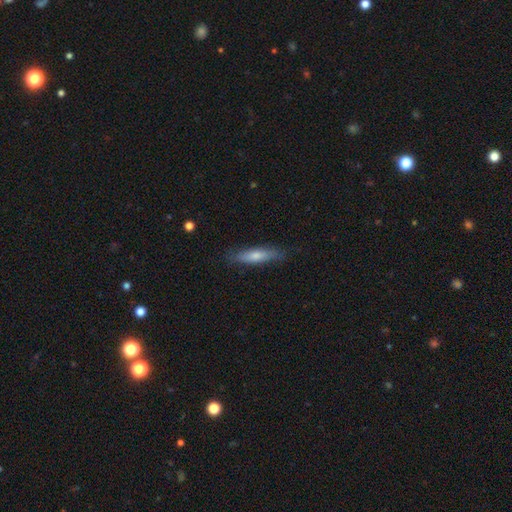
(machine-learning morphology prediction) Smooth or featured? smooth (67%)
How rounded? cigar-shaped (74%)
Merging? none (81%)